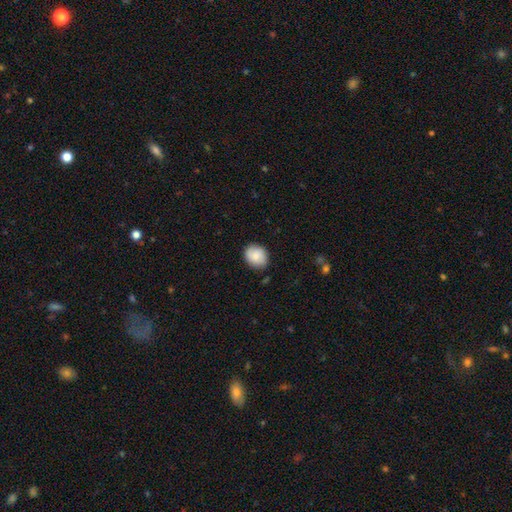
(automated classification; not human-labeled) A smooth galaxy with no disk features (83%) that is round (62%). Merging: none (84%).